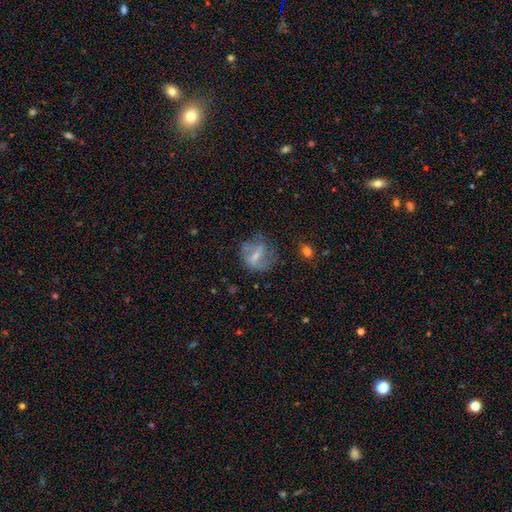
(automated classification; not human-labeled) Smooth or featured?
  - featured or disk: 54% *
  - smooth: 36%
  - star or artifact: 10%
Edge-on disk?
  - no: 93% *
  - yes: 7%
Merging?
  - none: 54% *
  - minor disturbance: 24%
  - major disturbance: 19%
  - merger: 3%